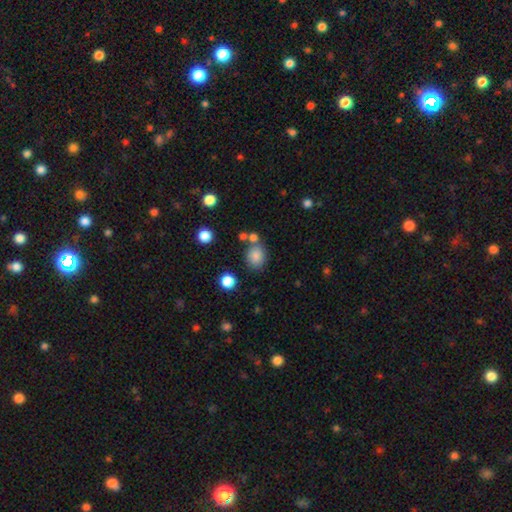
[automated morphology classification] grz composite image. It shows a smooth galaxy with no disk features (83%) that is round (59%). Merging: none (67%).